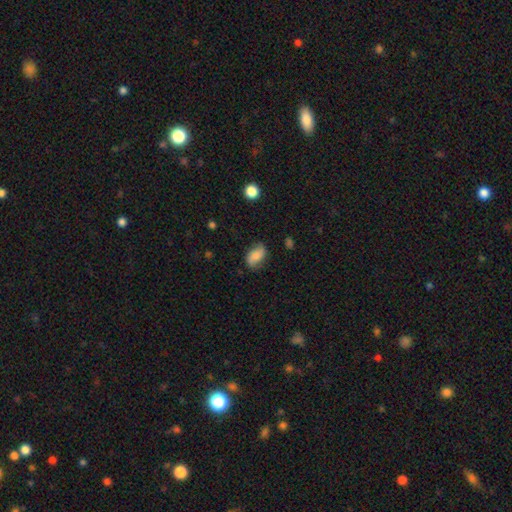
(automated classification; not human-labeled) smooth 74%, featured or disk 18%, star or artifact 8%. Down the decision tree: how rounded — in between (89%); merging — none (73%).